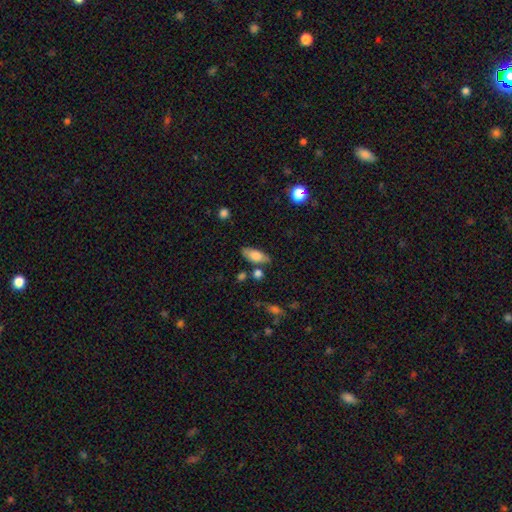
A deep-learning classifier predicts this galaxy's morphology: A smooth galaxy with no disk features (77%) that is in between round and cigar-shaped (84%). Merging: none (72%).